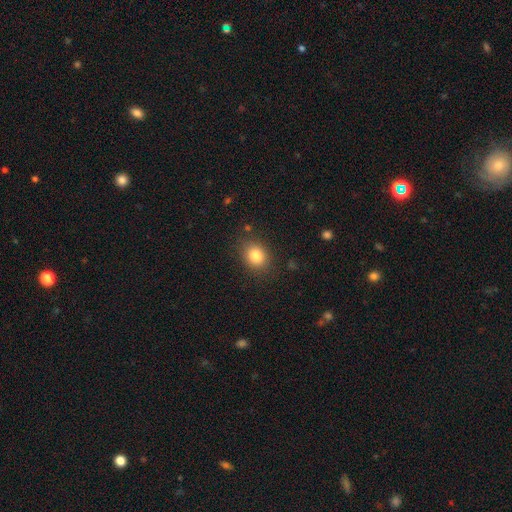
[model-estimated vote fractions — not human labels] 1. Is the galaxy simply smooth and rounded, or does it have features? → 82% smooth, 11% star or artifact, 7% featured or disk.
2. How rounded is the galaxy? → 56% round, 43% in between, 1% cigar-shaped.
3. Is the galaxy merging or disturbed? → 85% none, 10% minor disturbance, 3% major disturbance, 2% merger.